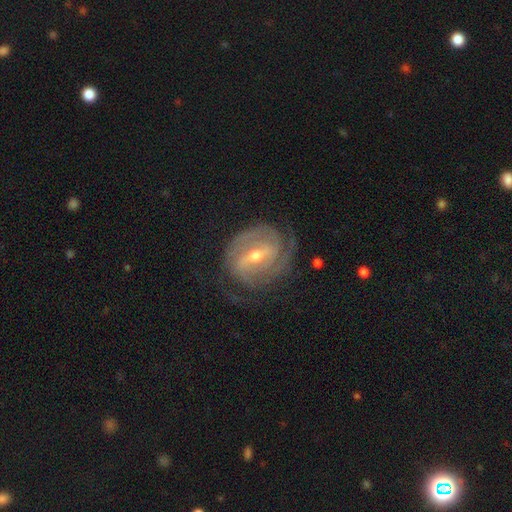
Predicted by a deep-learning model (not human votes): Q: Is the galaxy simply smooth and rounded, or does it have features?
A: featured or disk — 89%.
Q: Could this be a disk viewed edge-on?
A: no — 96%.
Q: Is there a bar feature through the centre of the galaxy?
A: strong — 46%.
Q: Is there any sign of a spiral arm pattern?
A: yes — 96%.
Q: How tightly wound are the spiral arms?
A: tight — 59%.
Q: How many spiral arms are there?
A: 2 — 56%.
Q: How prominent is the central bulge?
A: moderate — 54%.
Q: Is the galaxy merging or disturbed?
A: none — 72%.